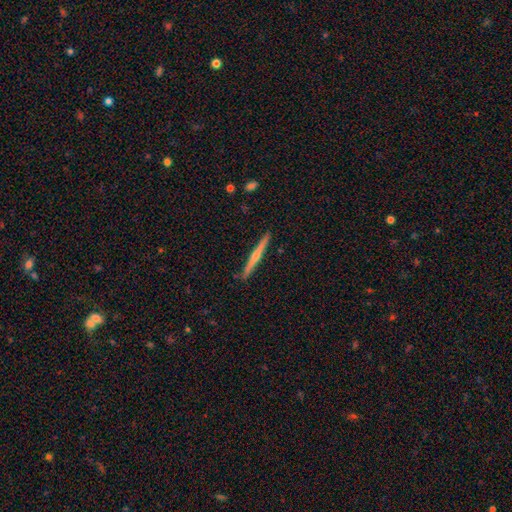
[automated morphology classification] Smooth or featured?
  - featured or disk: 67% *
  - smooth: 28%
  - star or artifact: 6%
Edge-on disk?
  - yes: 98% *
  - no: 2%
Edge-on bulge?
  - rounded: 76% *
  - none: 20%
  - boxy: 4%
Merging?
  - none: 91% *
  - minor disturbance: 6%
  - major disturbance: 1%
  - merger: 1%